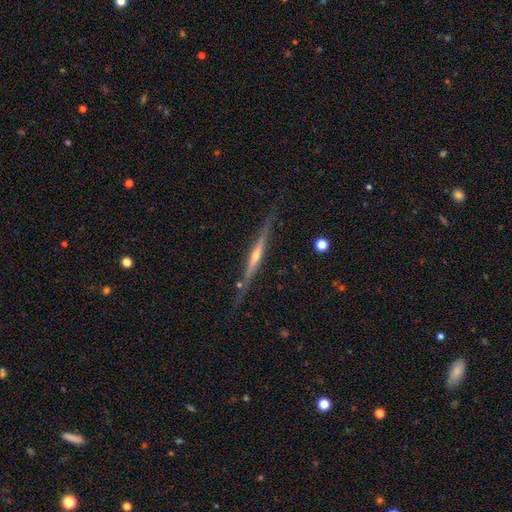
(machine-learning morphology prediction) Smooth or featured?
  - featured or disk: 81% *
  - smooth: 14%
  - star or artifact: 6%
Edge-on disk?
  - yes: 98% *
  - no: 2%
Edge-on bulge?
  - rounded: 75% *
  - none: 20%
  - boxy: 6%
Merging?
  - none: 82% *
  - minor disturbance: 13%
  - major disturbance: 3%
  - merger: 2%